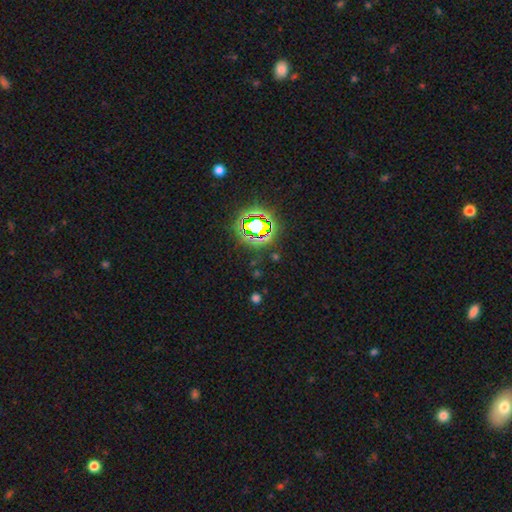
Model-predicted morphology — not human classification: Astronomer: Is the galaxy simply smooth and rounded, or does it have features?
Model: star or artifact — 76%.